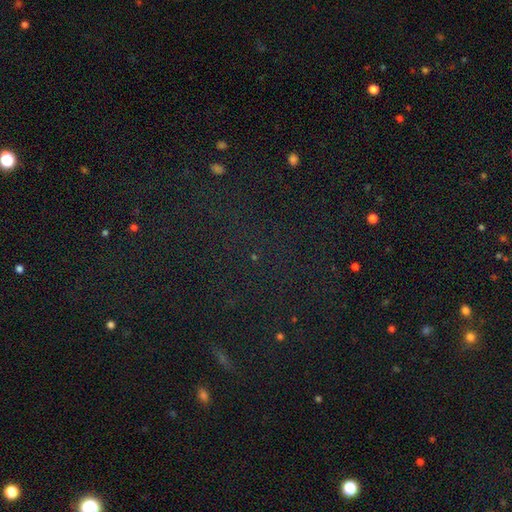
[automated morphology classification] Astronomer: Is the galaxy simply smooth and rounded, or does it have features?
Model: star or artifact — 75%.